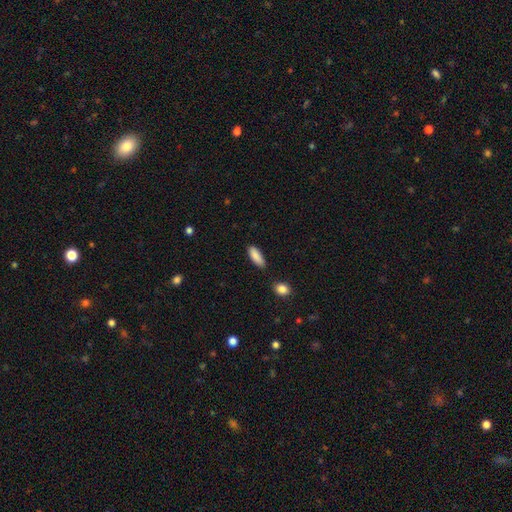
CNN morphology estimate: Smooth or featured? smooth (88%)
How rounded? in between (66%)
Merging? none (80%)